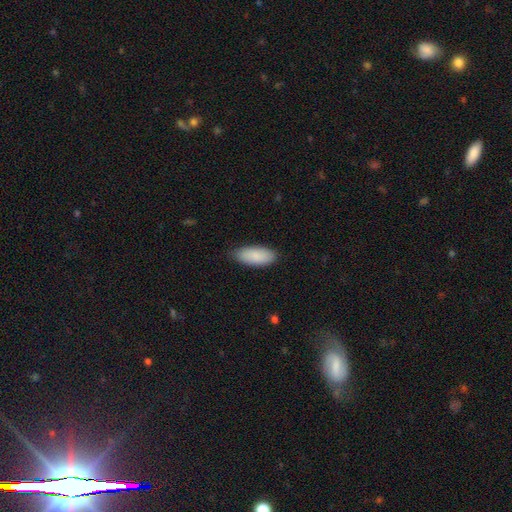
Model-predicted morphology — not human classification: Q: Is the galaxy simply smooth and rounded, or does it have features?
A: smooth — 88%.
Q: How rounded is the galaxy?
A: in between — 86%.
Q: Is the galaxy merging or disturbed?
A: none — 82%.